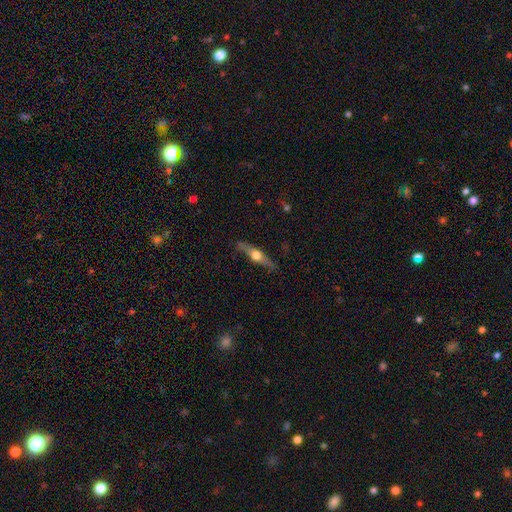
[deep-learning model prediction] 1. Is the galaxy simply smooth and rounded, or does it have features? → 65% featured or disk, 29% smooth, 6% star or artifact.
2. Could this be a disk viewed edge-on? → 95% yes, 5% no.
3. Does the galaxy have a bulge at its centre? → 95% rounded, 3% boxy, 2% none.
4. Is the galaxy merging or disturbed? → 86% none, 10% minor disturbance, 2% major disturbance, 1% merger.